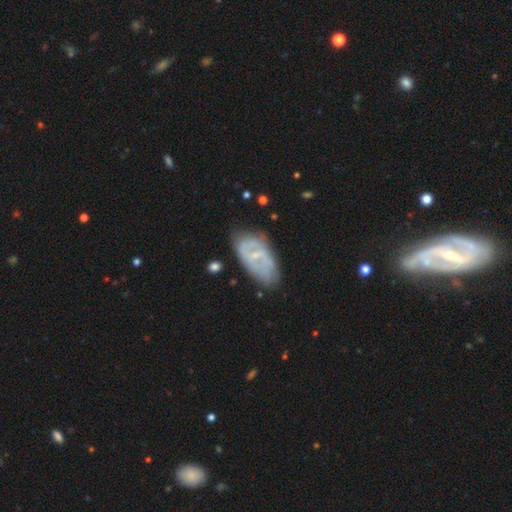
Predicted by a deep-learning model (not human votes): A featured or disk galaxy (63%) with a weak bar (45%), spiral arms (60%) and a small central bulge (68%). Merging: none (62%).